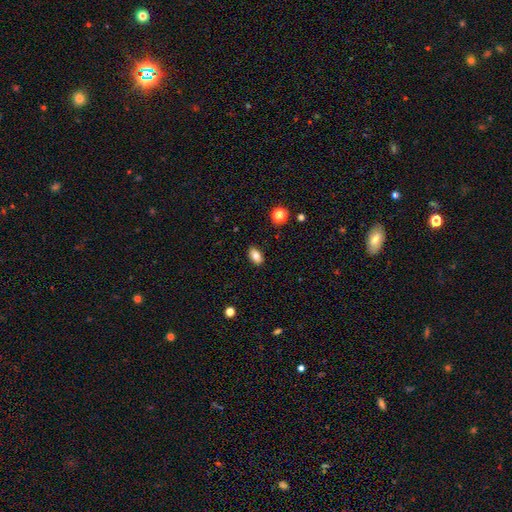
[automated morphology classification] This is clearly a smooth galaxy (80%). How rounded: clearly in between (89%). Merging: clearly none (88%).